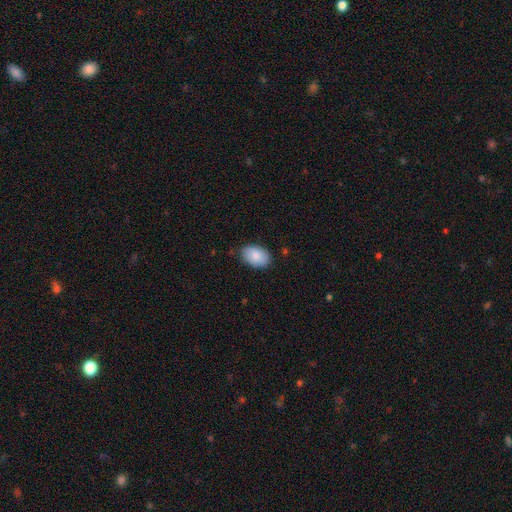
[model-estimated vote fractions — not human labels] Smooth or featured? smooth (87%)
How rounded? in between (88%)
Merging? none (81%)